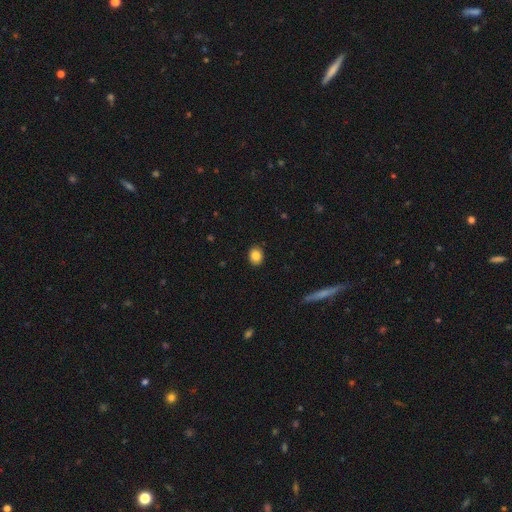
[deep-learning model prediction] Smooth or featured: smooth — 86% (star or artifact — 9%)
How rounded: round — 50% (in between — 49%)
Merging: none — 90% (minor disturbance — 7%)